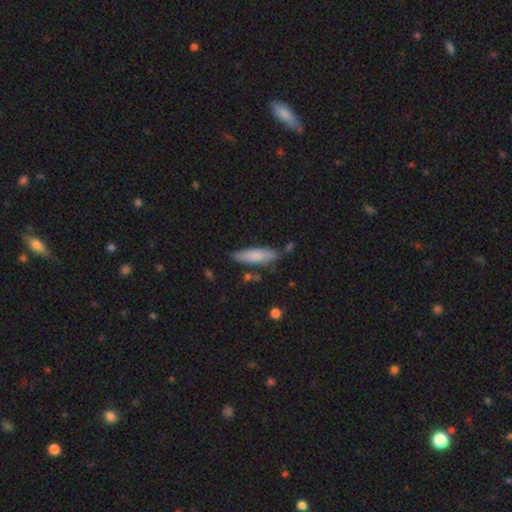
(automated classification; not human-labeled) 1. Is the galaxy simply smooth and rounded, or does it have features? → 80% smooth, 14% featured or disk, 6% star or artifact.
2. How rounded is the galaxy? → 59% cigar-shaped, 39% in between, 1% round.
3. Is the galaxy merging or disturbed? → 73% none, 18% minor disturbance, 5% merger, 4% major disturbance.